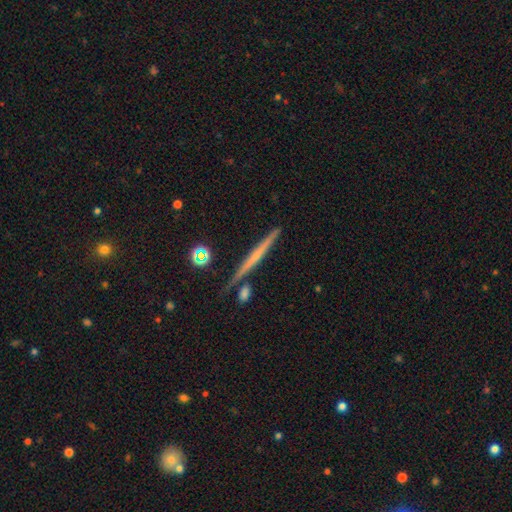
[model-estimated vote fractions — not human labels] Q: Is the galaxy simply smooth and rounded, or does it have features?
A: featured or disk — 58%.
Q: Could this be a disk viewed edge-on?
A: yes — 97%.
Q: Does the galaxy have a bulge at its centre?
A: none — 71%.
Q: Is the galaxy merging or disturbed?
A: none — 84%.